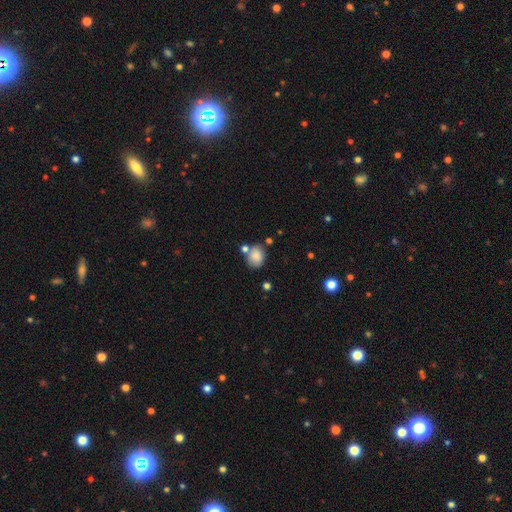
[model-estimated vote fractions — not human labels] A smooth galaxy with no disk features (82%) that is in between round and cigar-shaped (54%). Merging: none (59%).